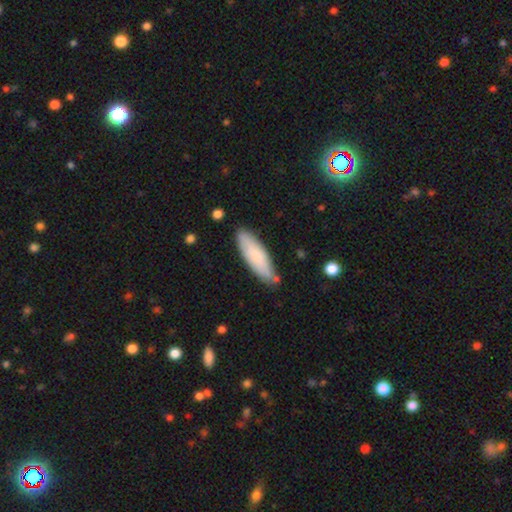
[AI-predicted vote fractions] This appears to be a smooth galaxy with no disk features (76%) that is cigar-shaped (52%). Merging: none (80%).